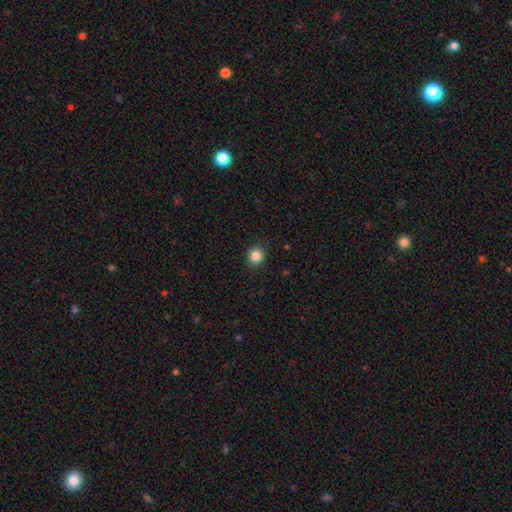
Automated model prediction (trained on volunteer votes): Smooth or featured? smooth (84%)
How rounded? round (88%)
Merging? none (91%)